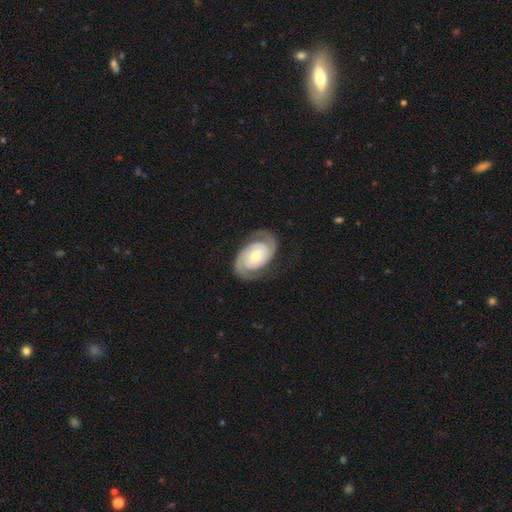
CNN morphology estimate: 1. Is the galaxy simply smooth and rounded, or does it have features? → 87% featured or disk, 9% smooth, 4% star or artifact.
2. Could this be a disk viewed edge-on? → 97% no, 3% yes.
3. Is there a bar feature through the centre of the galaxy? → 73% no, 20% weak, 7% strong.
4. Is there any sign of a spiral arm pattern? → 96% yes, 4% no.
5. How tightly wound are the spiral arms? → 56% tight, 34% medium, 10% loose.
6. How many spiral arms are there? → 91% 2, 4% can't tell, 2% 1, 2% 3, 1% 4, 1% more than 4.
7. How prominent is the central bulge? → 47% small, 46% moderate, 4% large, 1% none, 1% dominant.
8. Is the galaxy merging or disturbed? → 78% none, 14% minor disturbance, 7% major disturbance, 1% merger.